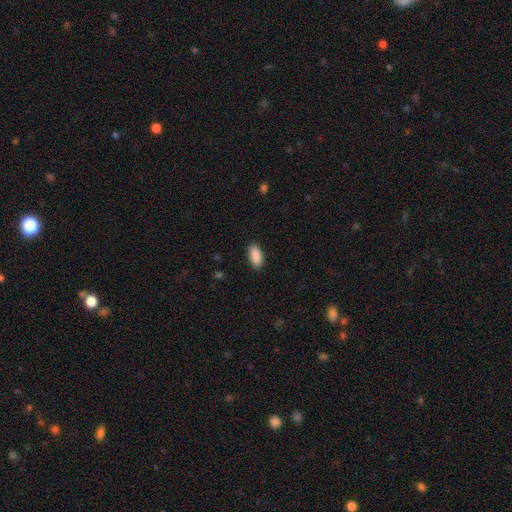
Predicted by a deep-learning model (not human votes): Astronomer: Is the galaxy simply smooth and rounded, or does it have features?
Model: smooth — 90%.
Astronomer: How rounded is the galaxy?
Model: in between — 90%.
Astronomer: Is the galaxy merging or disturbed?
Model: none — 89%.